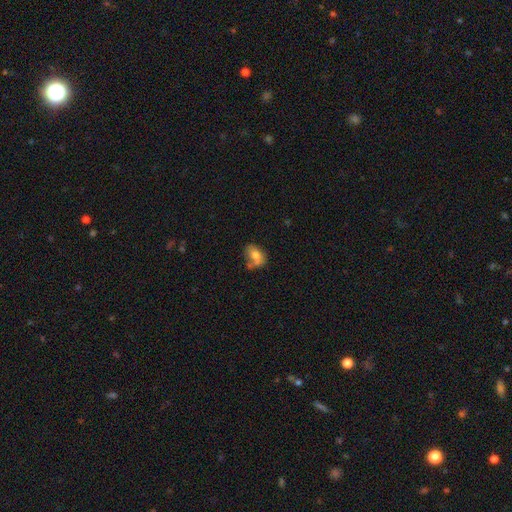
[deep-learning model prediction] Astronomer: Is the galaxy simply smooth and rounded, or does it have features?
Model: smooth — 70%.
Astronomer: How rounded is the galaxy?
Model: in between — 74%.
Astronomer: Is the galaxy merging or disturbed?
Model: none — 40% (runner-up: merger, 25%).